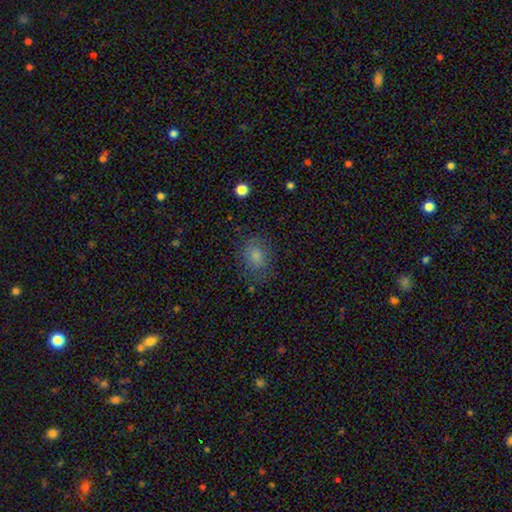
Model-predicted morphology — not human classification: A smooth galaxy with no disk features (68%) that is in between round and cigar-shaped (55%). Merging: none (77%).